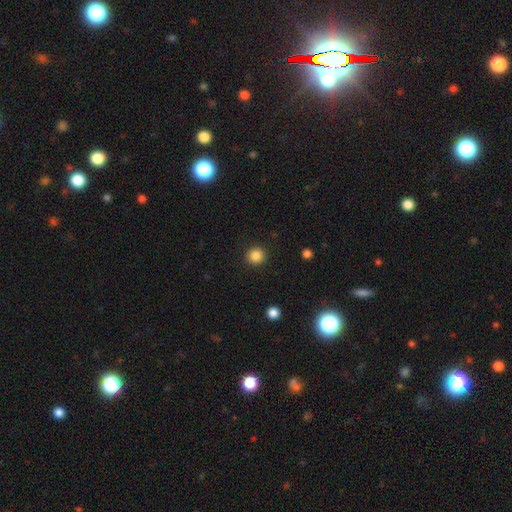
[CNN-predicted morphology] Overall: smooth (86%). How rounded: round (95%). Merging: none (93%).